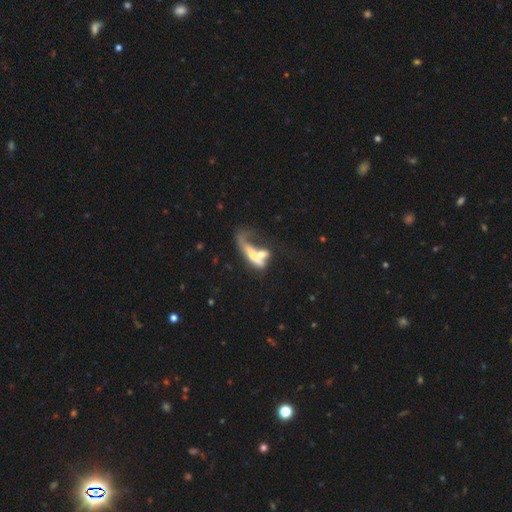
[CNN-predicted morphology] smooth-or-featured: featured or disk: 46% | smooth: 45% | star or artifact: 9%
  merging: merger: 50% | major disturbance: 26% | none: 15% | minor disturbance: 9%